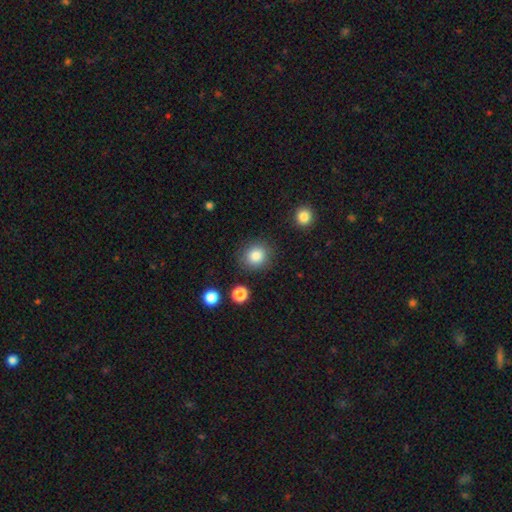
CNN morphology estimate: This is clearly a smooth galaxy (85%). How rounded: clearly round (85%). Merging: clearly none (86%).